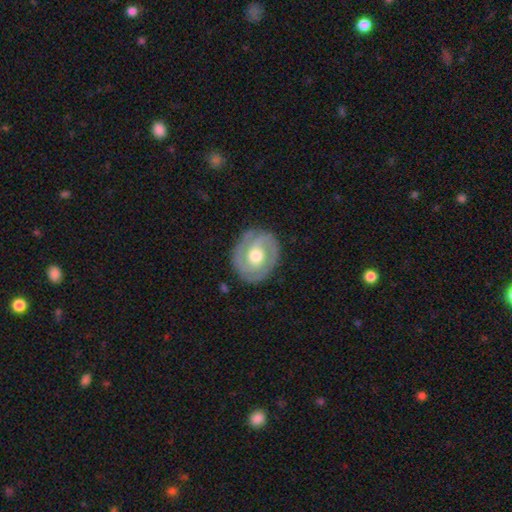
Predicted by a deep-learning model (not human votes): This is clearly a featured or disk galaxy (81%). It is clearly not viewed edge-on (97%). Bar: likely no (62%). Spiral arm pattern: clearly yes (91%). Spiral arm count: likely 2 (63%). Spiral winding: possibly tight (58%). Central bulge: likely moderate (76%). Merging: clearly none (82%).